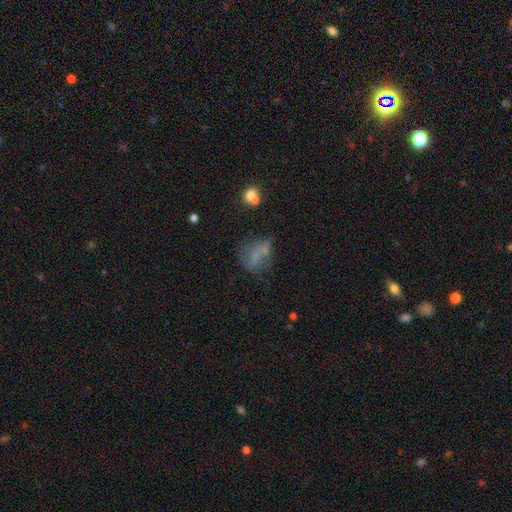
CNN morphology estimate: smooth_or_featured: smooth (p=0.55) [alt: featured or disk p=0.28]
how_rounded: in between (p=0.61) [alt: round p=0.34]
merging: none (p=0.39) [alt: minor disturbance p=0.23]